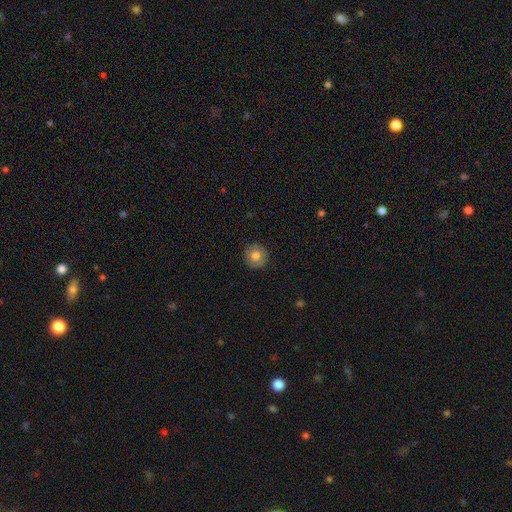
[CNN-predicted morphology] Overall: smooth (75%). How rounded: round (92%). Merging: none (89%).